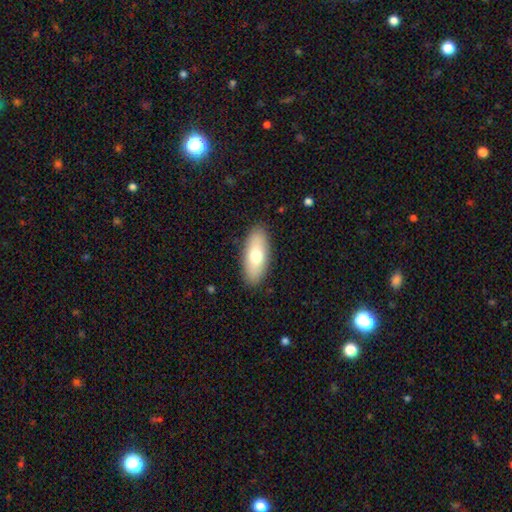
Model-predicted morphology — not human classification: This is likely a smooth galaxy (71%). How rounded: clearly in between (83%). Merging: clearly none (88%).